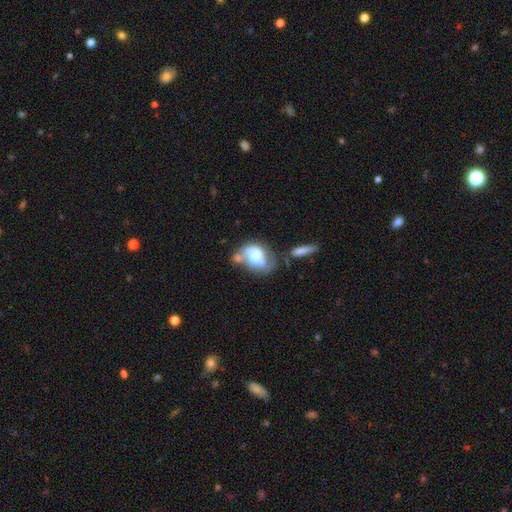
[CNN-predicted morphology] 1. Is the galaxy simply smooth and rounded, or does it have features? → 51% featured or disk, 41% smooth, 8% star or artifact.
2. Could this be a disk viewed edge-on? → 95% no, 5% yes.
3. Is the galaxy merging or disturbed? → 32% merger, 25% none, 23% major disturbance, 20% minor disturbance.